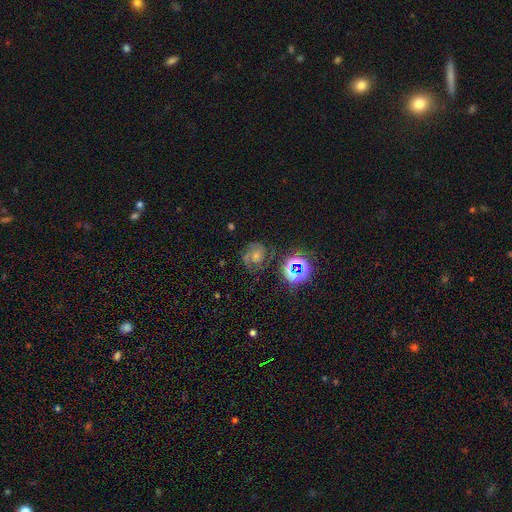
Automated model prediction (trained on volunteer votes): Q: Smooth or featured?
A: featured or disk (64%); runner-up: star or artifact (19%)
Q: Edge-on disk?
A: no (98%); runner-up: yes (2%)
Q: Bar?
A: no (71%); runner-up: weak (23%)
Q: Spiral arms?
A: yes (92%); runner-up: no (8%)
Q: Spiral winding?
A: tight (46%); runner-up: medium (44%)
Q: Spiral arm count?
A: 2 (44%); runner-up: 3 (23%)
Q: Bulge size?
A: small (45%); runner-up: moderate (38%)
Q: Merging?
A: none (63%); runner-up: minor disturbance (20%)